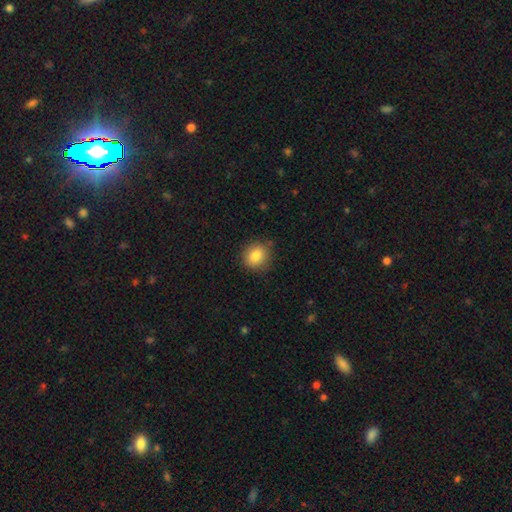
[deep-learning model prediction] Overall: smooth (84%). How rounded: round (80%). Merging: none (84%).